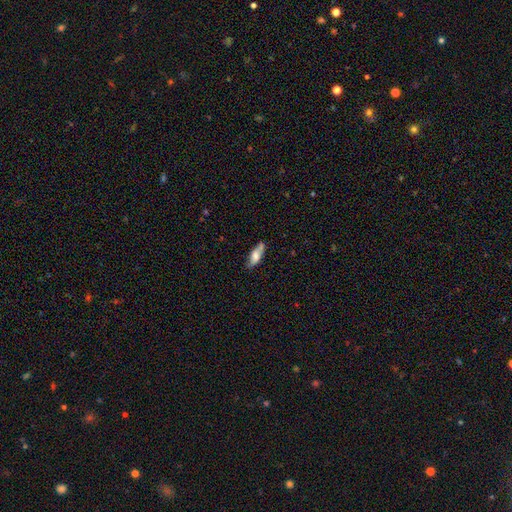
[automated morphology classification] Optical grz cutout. It shows a smooth galaxy with no disk features (64%) that is in between round and cigar-shaped (63%). Merging: none (70%).